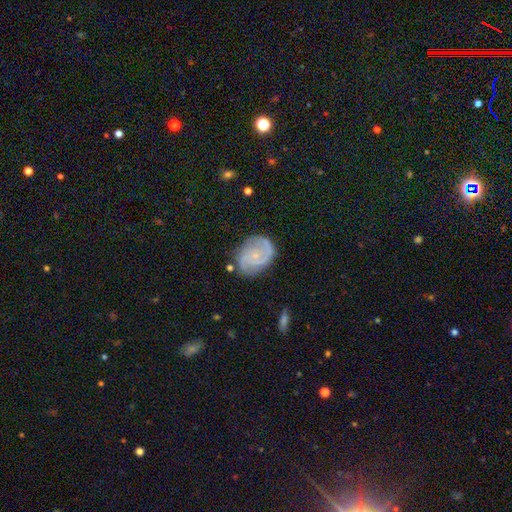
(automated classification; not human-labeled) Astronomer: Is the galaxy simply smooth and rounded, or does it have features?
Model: featured or disk — 80%.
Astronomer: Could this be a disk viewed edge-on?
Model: no — 98%.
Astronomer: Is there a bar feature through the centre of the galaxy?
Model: no — 67%.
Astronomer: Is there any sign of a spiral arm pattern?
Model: yes — 95%.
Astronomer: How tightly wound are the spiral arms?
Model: medium — 46% (runner-up: tight, 37%).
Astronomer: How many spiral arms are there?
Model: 2 — 75%.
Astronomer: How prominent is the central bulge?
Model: small — 75%.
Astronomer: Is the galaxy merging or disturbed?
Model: none — 74%.